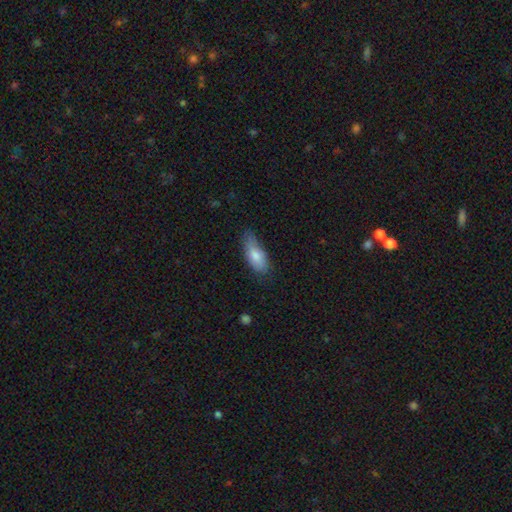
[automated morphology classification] The model was most divided on "merging": none: 56%, minor disturbance: 34%, major disturbance: 8%, merger: 2%. More confident: how rounded — in between (81%); smooth or featured — smooth (78%).